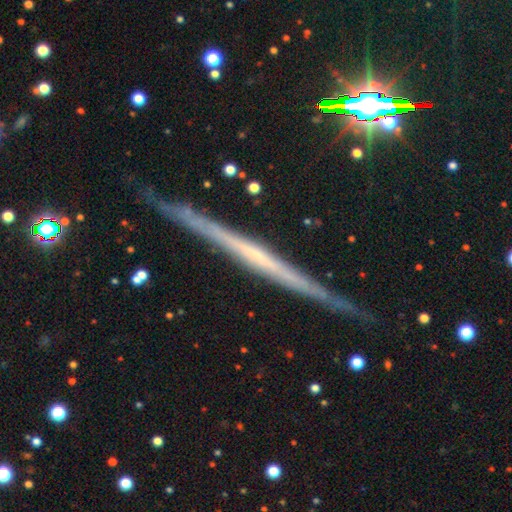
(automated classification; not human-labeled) This appears to be a featured or disk galaxy (74%) viewed edge-on (98%) with no central bulge (78%). Merging: none (88%).